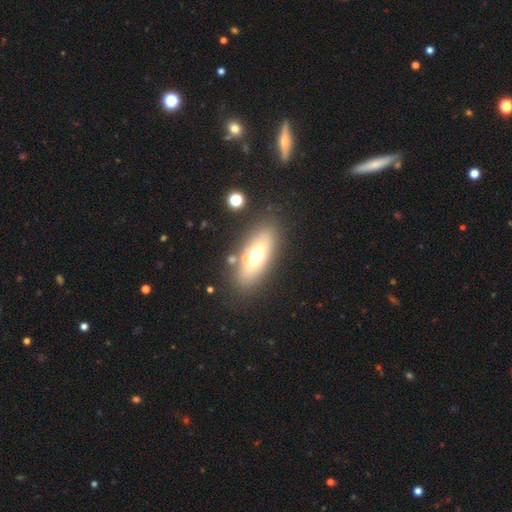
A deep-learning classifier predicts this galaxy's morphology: A smooth galaxy with no disk features (55%) that is in between round and cigar-shaped (73%).

Vote fractions:
- Smooth or featured? smooth: 55% / featured or disk: 34% / star or artifact: 11%
- How rounded? in between: 73% / cigar-shaped: 21% / round: 6%
- Merging? none: 77% / minor disturbance: 11% / merger: 7% / major disturbance: 5%